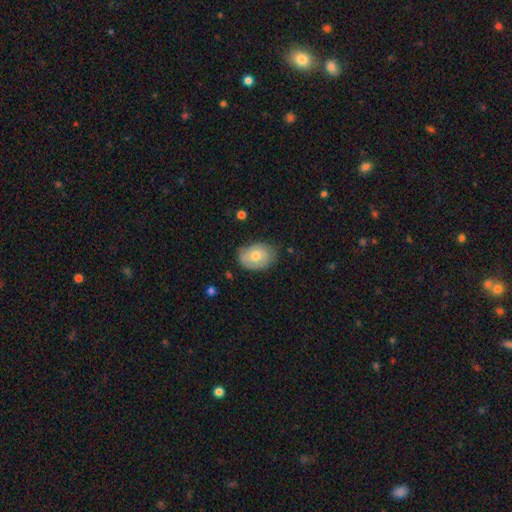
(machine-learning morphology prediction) Overall: smooth (70%). How rounded: in between (75%). Merging: none (69%).